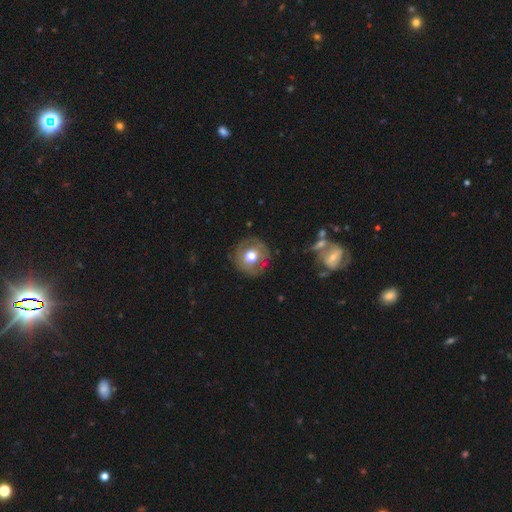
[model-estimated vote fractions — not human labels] This appears to be a smooth galaxy with no disk features (47%). Merging: none (81%).